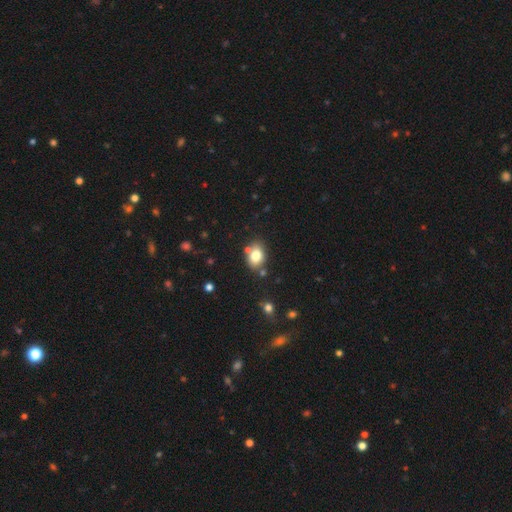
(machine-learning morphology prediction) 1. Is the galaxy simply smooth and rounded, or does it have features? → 79% smooth, 12% featured or disk, 10% star or artifact.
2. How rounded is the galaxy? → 72% in between, 27% round, 1% cigar-shaped.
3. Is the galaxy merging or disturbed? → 73% none, 14% minor disturbance, 10% merger, 3% major disturbance.